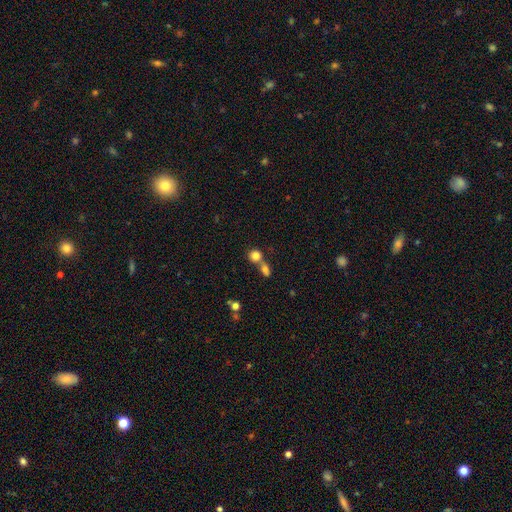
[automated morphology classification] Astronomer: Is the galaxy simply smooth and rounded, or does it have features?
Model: smooth — 81%.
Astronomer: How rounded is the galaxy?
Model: round — 81%.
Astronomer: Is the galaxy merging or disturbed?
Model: merger — 48% (runner-up: none, 41%).